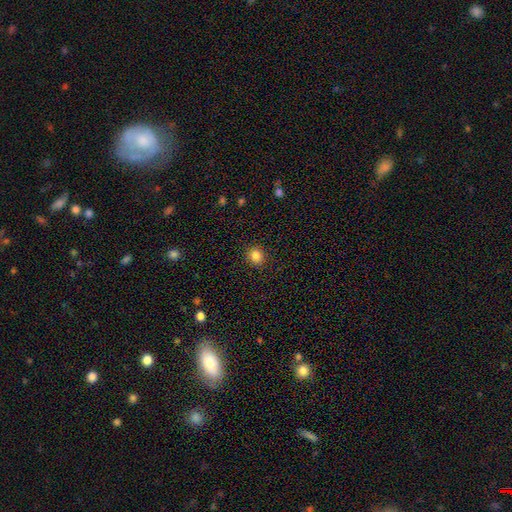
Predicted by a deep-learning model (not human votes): Smooth or featured? Predicted: smooth (p=0.84). How rounded? Predicted: round (p=0.87). Merging? Predicted: none (p=0.91).